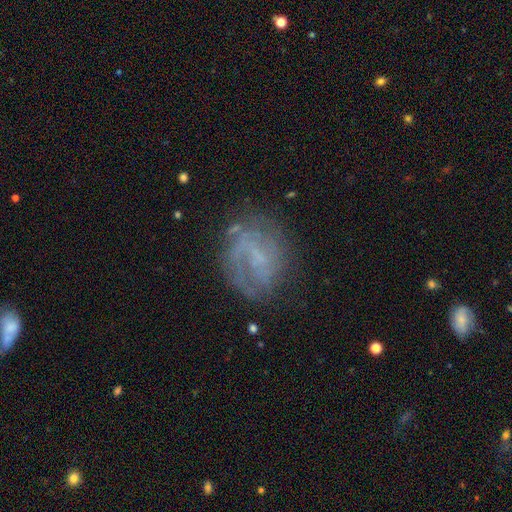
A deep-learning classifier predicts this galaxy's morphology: smooth_or_featured: featured or disk (p=0.70) [alt: smooth p=0.20]
disk_edge_on: no (p=0.97) [alt: yes p=0.03]
bar: weak (p=0.46) [alt: no p=0.40]
has_spiral_arms: yes (p=0.80) [alt: no p=0.20]
spiral_winding: medium (p=0.40) [alt: tight p=0.35]
spiral_arm_count: 2 (p=0.41) [alt: can't tell p=0.31]
bulge_size: none (p=0.43) [alt: small p=0.42]
merging: none (p=0.64) [alt: minor disturbance p=0.20]